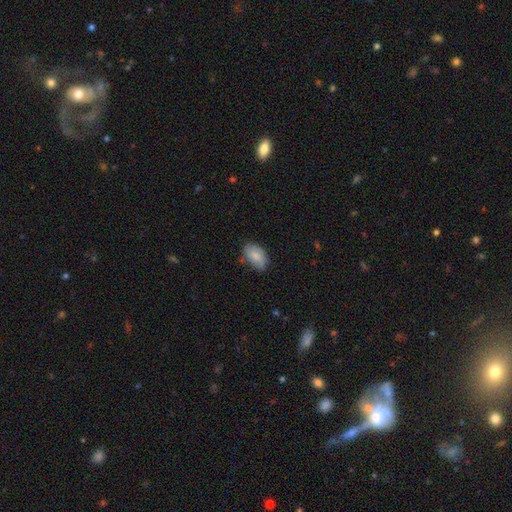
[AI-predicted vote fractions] smooth-or-featured: smooth: 81% | featured or disk: 12% | star or artifact: 7%
  how-rounded: in between: 91% | round: 7% | cigar-shaped: 2%
  merging: none: 63% | minor disturbance: 29% | major disturbance: 6% | merger: 2%